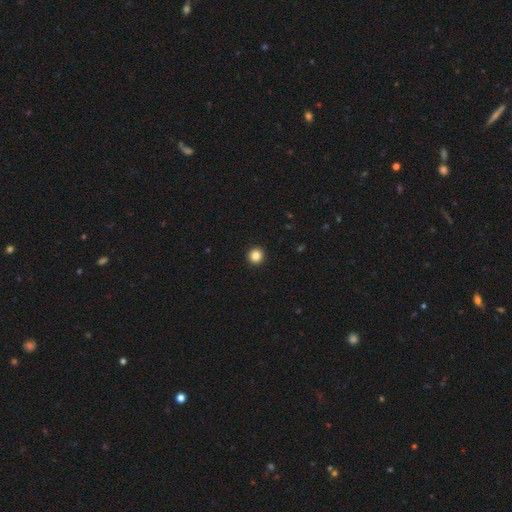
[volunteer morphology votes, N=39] smooth 77%, star or artifact 13%, featured or disk 10%. Down the decision tree: how rounded — round (97%); merging — none (94%).